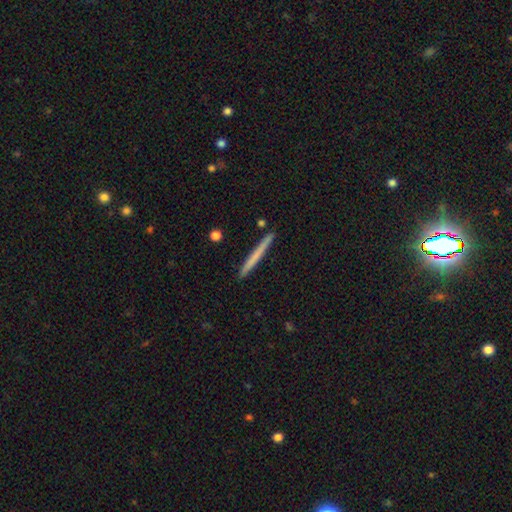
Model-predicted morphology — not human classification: Smooth or featured? Predicted: smooth (p=0.62). How rounded? Predicted: cigar-shaped (p=0.97). Merging? Predicted: none (p=0.91).